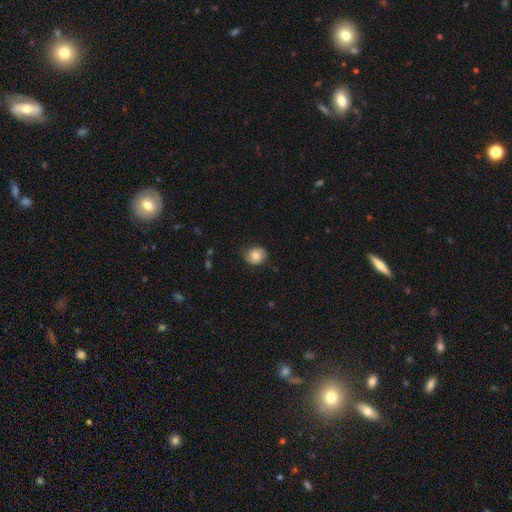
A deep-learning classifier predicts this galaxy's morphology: This appears to be a smooth galaxy with no disk features (76%) that is round (68%). Merging: none (76%).